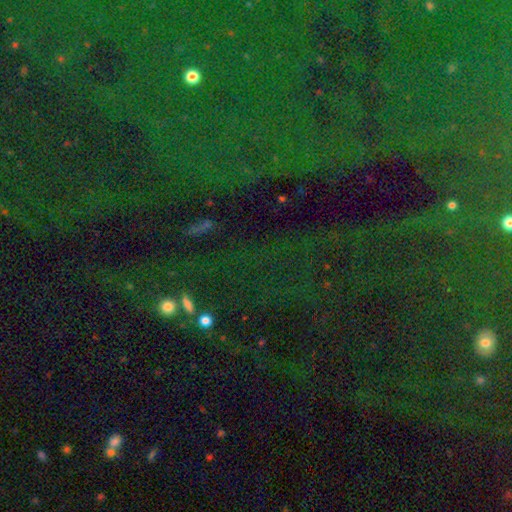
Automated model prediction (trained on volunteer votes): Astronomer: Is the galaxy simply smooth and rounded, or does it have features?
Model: star or artifact — 83%.